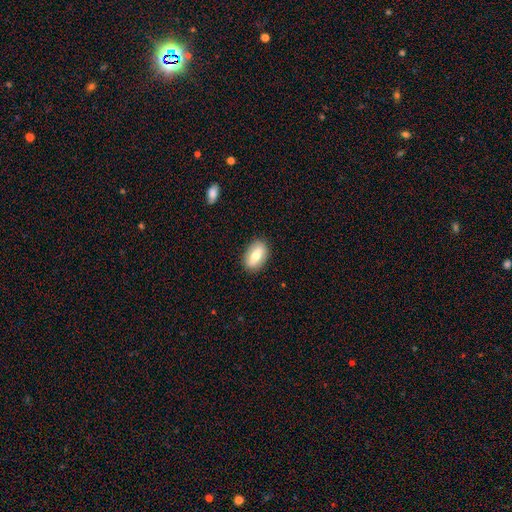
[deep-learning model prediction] Smooth or featured: smooth — 62% (featured or disk — 31%)
How rounded: in between — 87% (round — 8%)
Merging: none — 87% (minor disturbance — 9%)